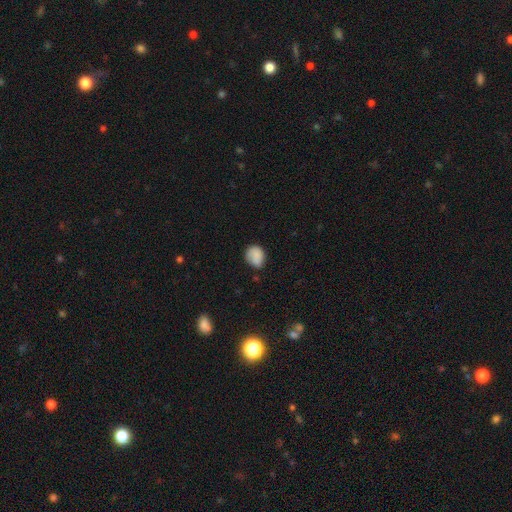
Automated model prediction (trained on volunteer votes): The model was most divided on "how rounded": round: 58%, in between: 41%, cigar-shaped: 1%. More confident: smooth or featured — smooth (84%); merging — none (63%).